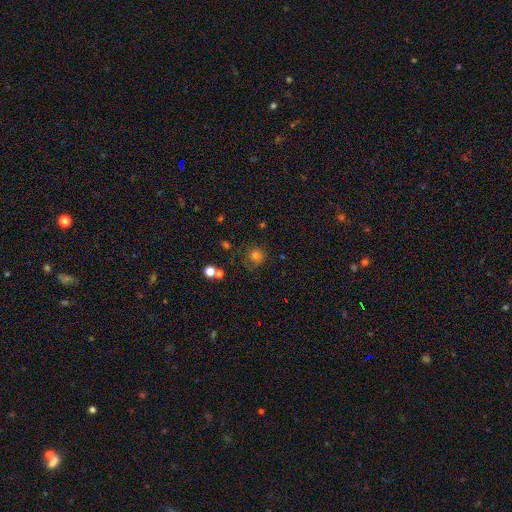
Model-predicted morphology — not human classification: Q: Smooth or featured?
A: smooth (72%); runner-up: star or artifact (18%)
Q: How rounded?
A: round (88%); runner-up: in between (11%)
Q: Merging?
A: none (70%); runner-up: minor disturbance (18%)